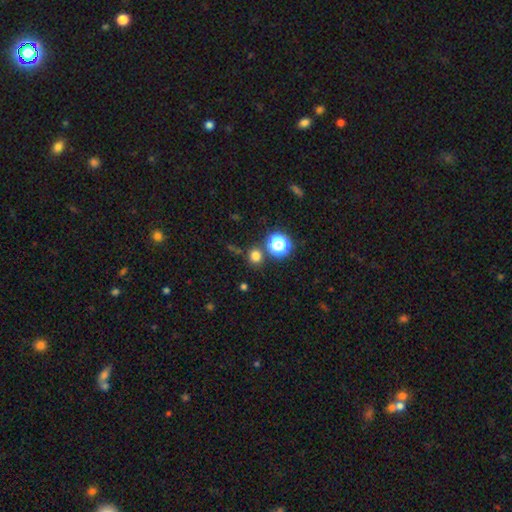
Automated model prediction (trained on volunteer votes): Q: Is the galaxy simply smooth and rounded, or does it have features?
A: smooth — 73%.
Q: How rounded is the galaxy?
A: round — 88%.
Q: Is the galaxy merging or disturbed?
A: none — 81%.